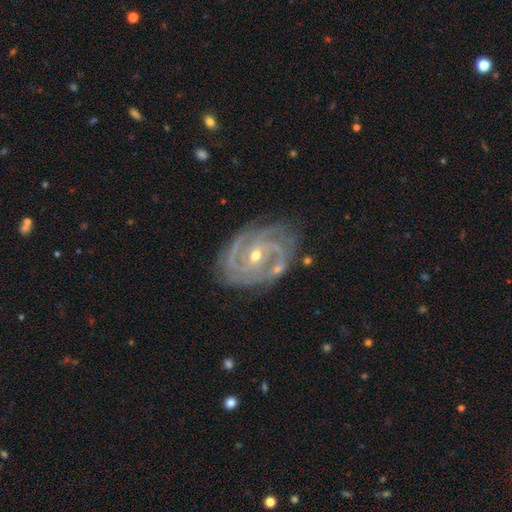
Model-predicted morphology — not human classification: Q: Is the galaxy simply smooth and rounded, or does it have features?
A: featured or disk — 92%.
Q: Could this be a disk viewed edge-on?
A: no — 97%.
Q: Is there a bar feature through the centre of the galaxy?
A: no — 40%, tied with weak.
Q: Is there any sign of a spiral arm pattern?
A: yes — 98%.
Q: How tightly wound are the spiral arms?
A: tight — 67%.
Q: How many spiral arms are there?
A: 3 — 41%.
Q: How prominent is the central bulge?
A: small — 50%.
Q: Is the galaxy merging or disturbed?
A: none — 74%.